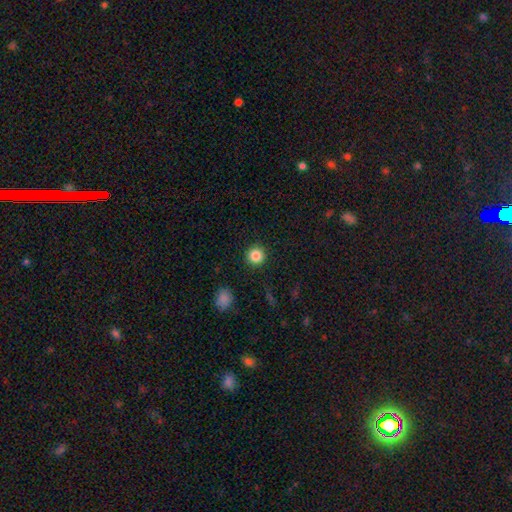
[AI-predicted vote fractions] This is clearly a smooth galaxy (85%). How rounded: clearly round (95%). Merging: clearly none (92%).